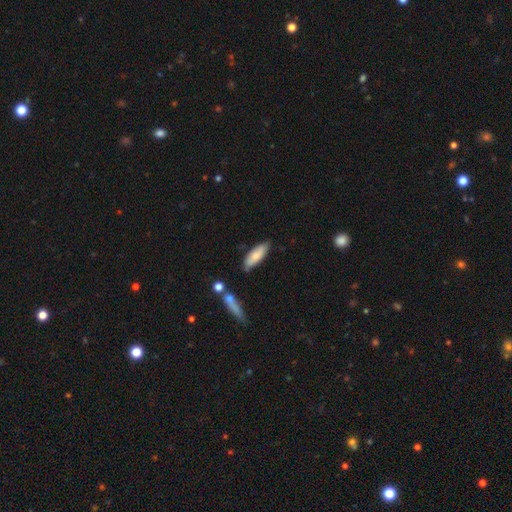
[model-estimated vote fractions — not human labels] Smooth or featured: smooth — 75% (featured or disk — 18%)
How rounded: in between — 55% (cigar-shaped — 43%)
Merging: none — 75% (minor disturbance — 17%)